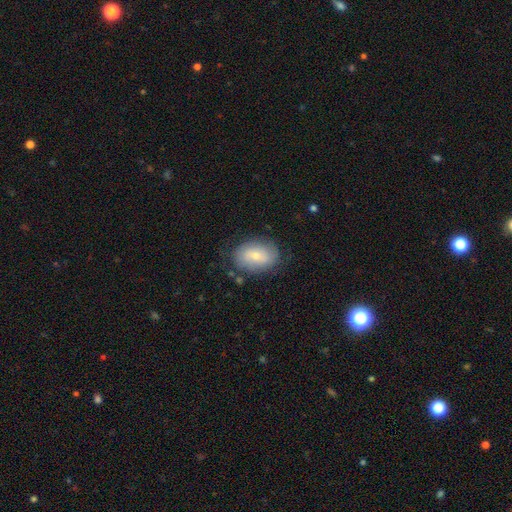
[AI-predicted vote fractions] This appears to be a smooth galaxy with no disk features (61%) that is in between round and cigar-shaped (81%). Merging: none (77%).